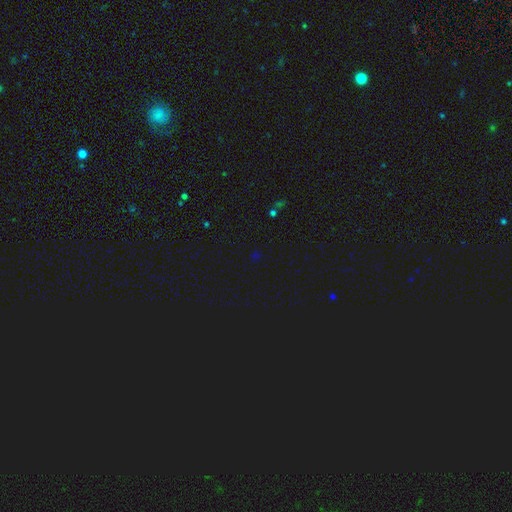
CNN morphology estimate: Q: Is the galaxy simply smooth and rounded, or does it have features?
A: star or artifact — 71%.